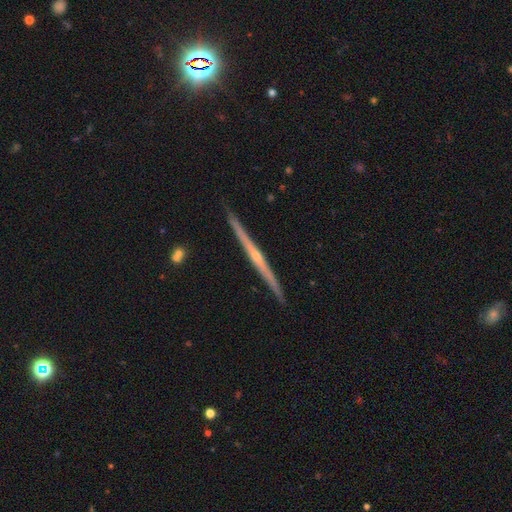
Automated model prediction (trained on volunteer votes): A featured or disk galaxy (83%) viewed edge-on (98%) with a rounded central bulge (71%).

Vote fractions:
- Smooth or featured? featured or disk: 83% / smooth: 10% / star or artifact: 6%
- Edge-on disk? yes: 98% / no: 2%
- Edge-on bulge? rounded: 71% / none: 23% / boxy: 6%
- Merging? none: 92% / minor disturbance: 6% / merger: 1% / major disturbance: 1%